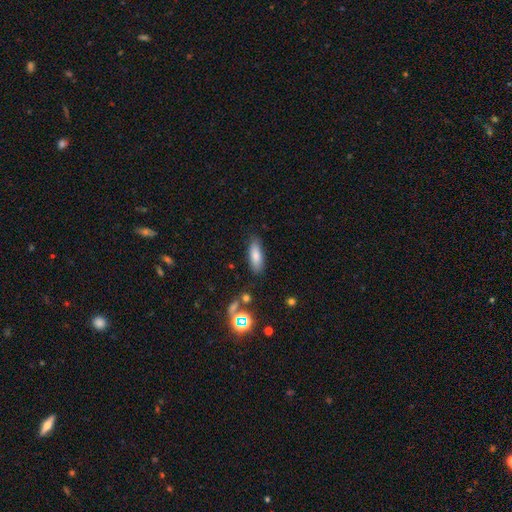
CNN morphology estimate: This appears to be a smooth galaxy with no disk features (79%) that is in between round and cigar-shaped (66%). Merging: none (80%).